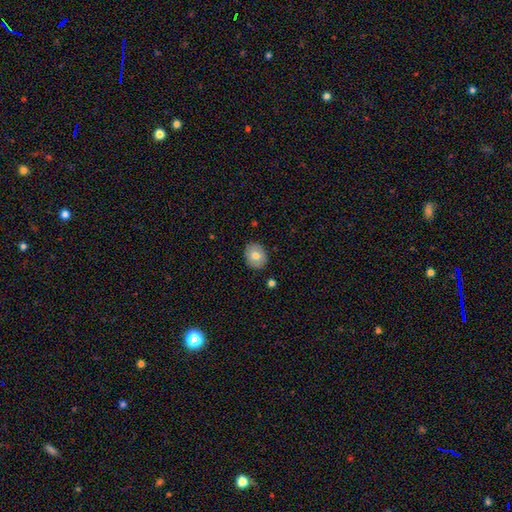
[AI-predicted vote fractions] smooth_or_featured: smooth (p=0.75) [alt: featured or disk p=0.17]
how_rounded: round (p=0.58) [alt: in between p=0.41]
merging: none (p=0.86) [alt: minor disturbance p=0.11]